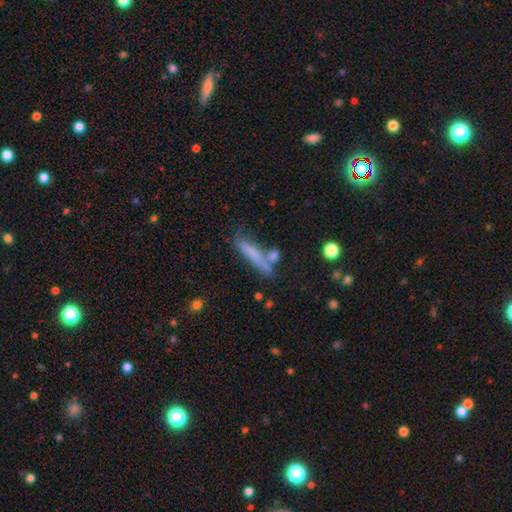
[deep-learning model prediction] Morphology: type=smooth (66%); roundness=cigar-shaped (85%); merging=none (55%).